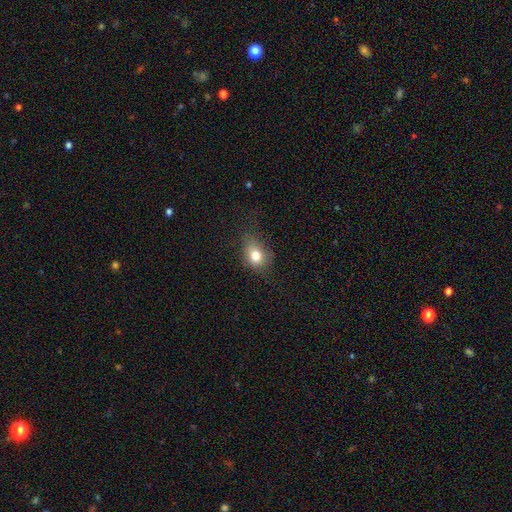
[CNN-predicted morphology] This is likely a smooth galaxy (78%). How rounded: likely in between (61%). Merging: possibly none (58%).